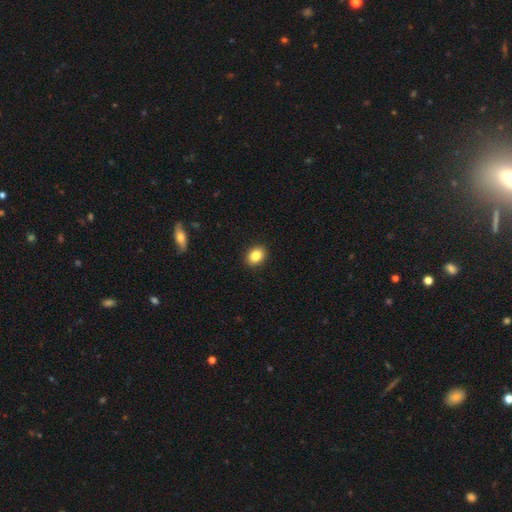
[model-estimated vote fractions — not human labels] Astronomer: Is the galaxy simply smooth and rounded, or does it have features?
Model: smooth — 84%.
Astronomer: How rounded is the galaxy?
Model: in between — 56% (runner-up: round, 43%).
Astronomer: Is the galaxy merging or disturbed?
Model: none — 91%.